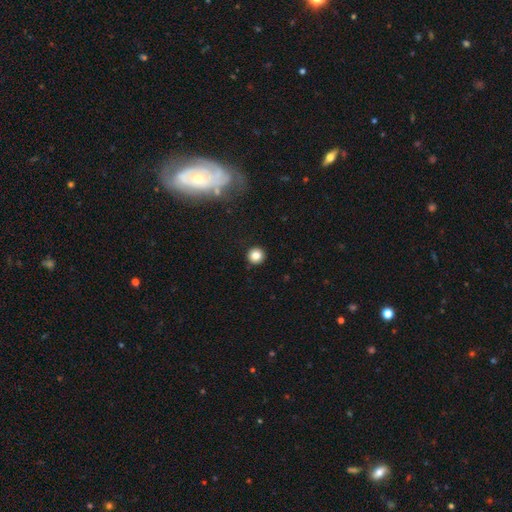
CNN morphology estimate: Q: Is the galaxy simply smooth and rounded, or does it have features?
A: smooth — 83%.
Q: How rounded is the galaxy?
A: round — 95%.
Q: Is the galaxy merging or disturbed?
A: none — 92%.